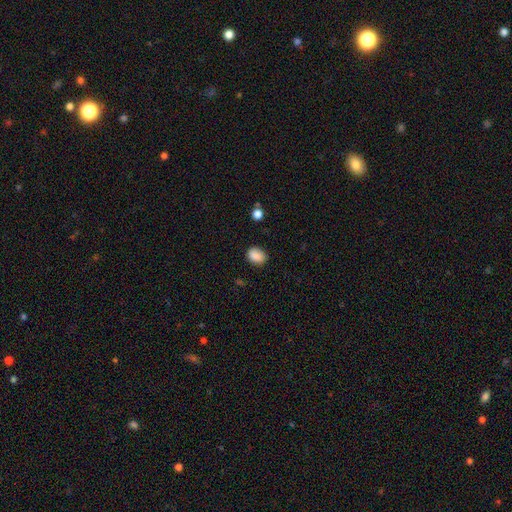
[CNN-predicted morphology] Overall: smooth (87%). How rounded: in between (69%; round 30%). Merging: none (83%).